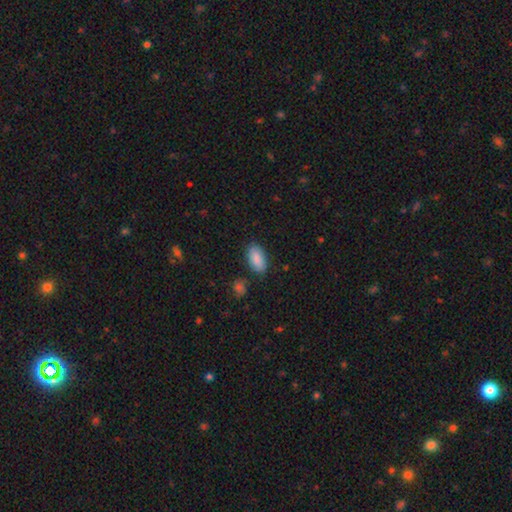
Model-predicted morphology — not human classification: Q: Smooth or featured?
A: smooth (88%); runner-up: star or artifact (7%)
Q: How rounded?
A: in between (93%); runner-up: cigar-shaped (5%)
Q: Merging?
A: none (85%); runner-up: minor disturbance (10%)